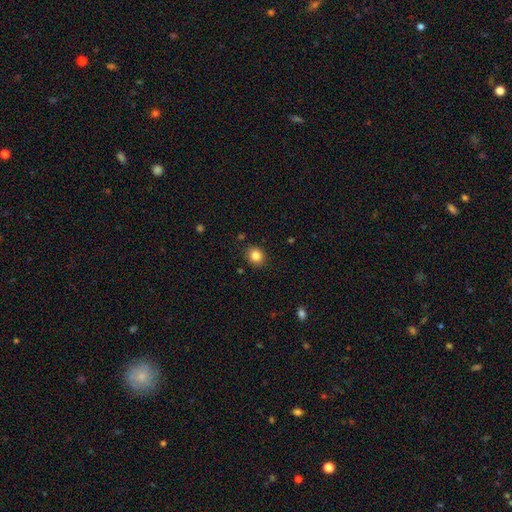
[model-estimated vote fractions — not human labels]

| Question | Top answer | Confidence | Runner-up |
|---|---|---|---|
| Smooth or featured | smooth | 83% | star or artifact (11%) |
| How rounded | round | 68% | in between (32%) |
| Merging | none | 87% | minor disturbance (9%) |